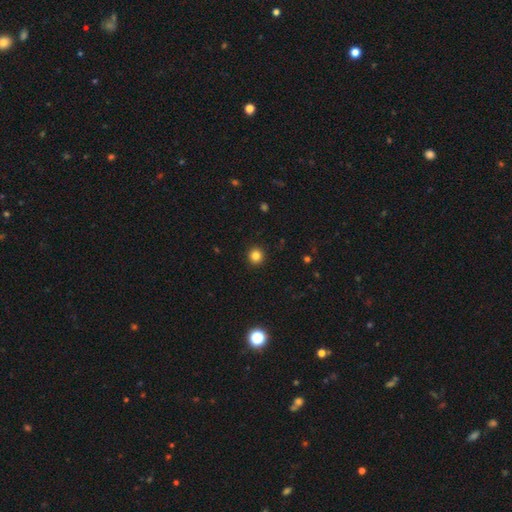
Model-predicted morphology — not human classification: Smooth or featured: smooth — 84% (star or artifact — 12%)
How rounded: round — 95% (in between — 4%)
Merging: none — 93% (minor disturbance — 4%)